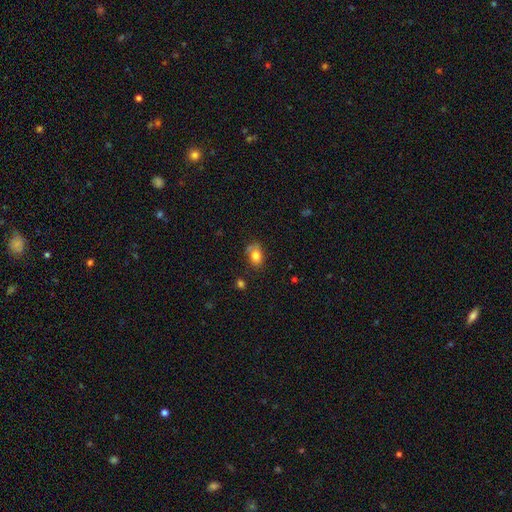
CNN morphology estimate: Smooth or featured: smooth — 79% (featured or disk — 11%)
How rounded: in between — 71% (round — 27%)
Merging: none — 61% (minor disturbance — 25%)